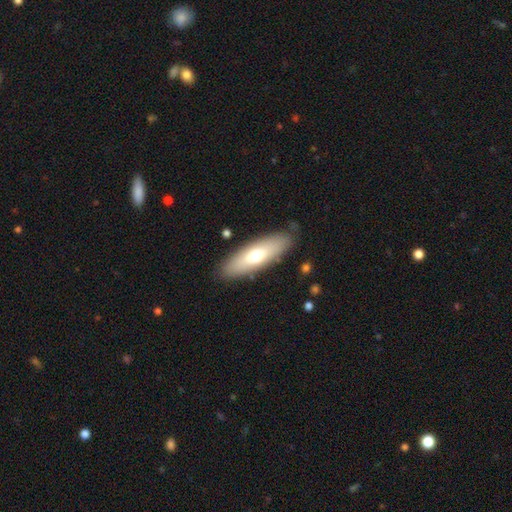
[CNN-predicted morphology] type=smooth (62%); roundness=in between (54%); merging=none (86%).